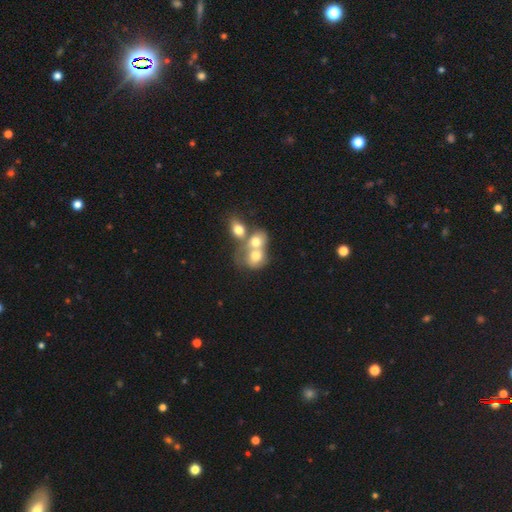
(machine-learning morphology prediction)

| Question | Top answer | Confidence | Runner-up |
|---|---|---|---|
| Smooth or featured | smooth | 63% | featured or disk (26%) |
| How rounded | round | 54% | in between (44%) |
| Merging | merger | 71% | none (17%) |